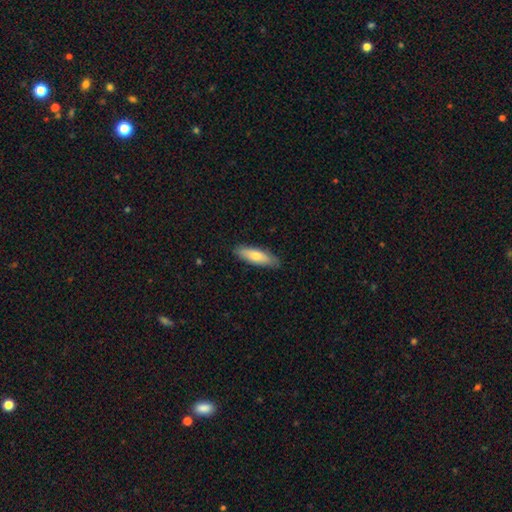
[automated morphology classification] smooth_or_featured: smooth (p=0.71) [alt: featured or disk p=0.23]
how_rounded: cigar-shaped (p=0.54) [alt: in between p=0.44]
merging: none (p=0.87) [alt: minor disturbance p=0.10]